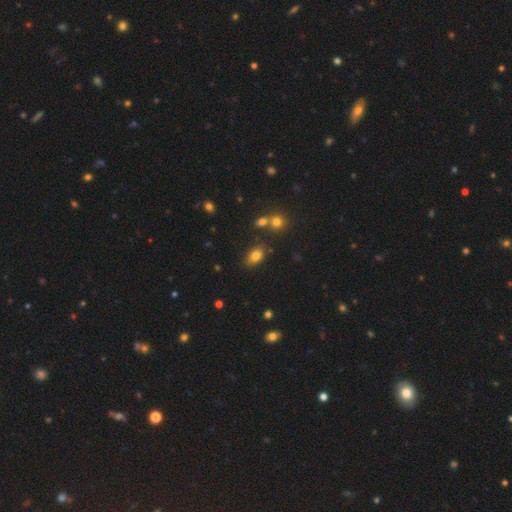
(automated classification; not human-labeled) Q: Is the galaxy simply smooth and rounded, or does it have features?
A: smooth — 80%.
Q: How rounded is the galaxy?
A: in between — 86%.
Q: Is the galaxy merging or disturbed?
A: none — 76%.